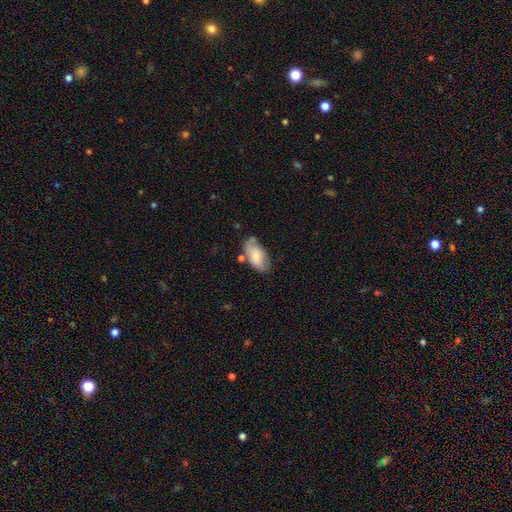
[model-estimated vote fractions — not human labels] Smooth or featured? Predicted: smooth (p=0.67). How rounded? Predicted: in between (p=0.93). Merging? Predicted: none (p=0.51).